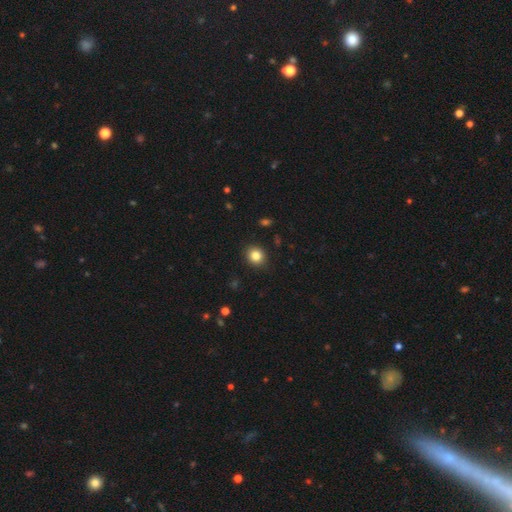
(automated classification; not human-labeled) This is clearly a smooth galaxy (84%). How rounded: clearly round (81%). Merging: clearly none (90%).